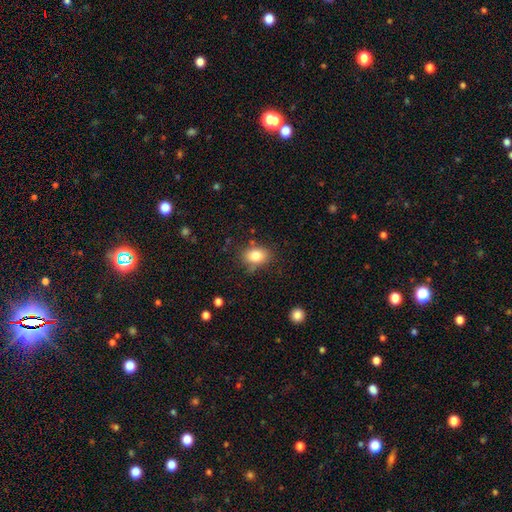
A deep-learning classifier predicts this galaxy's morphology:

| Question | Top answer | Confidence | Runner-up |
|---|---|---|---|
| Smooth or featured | smooth | 82% | star or artifact (10%) |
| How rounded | in between | 66% | round (33%) |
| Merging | none | 75% | minor disturbance (17%) |